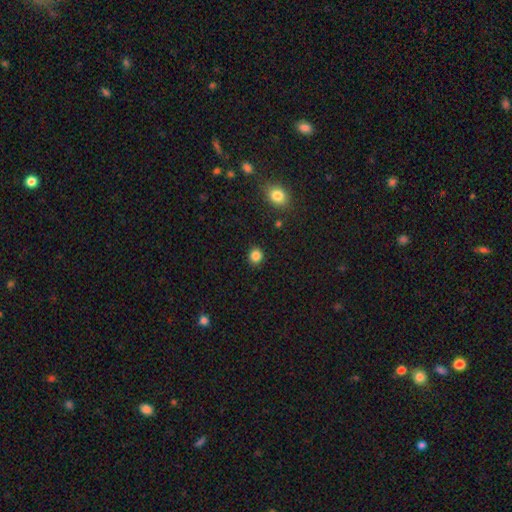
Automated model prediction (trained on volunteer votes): Smooth or featured? smooth (85%)
How rounded? round (87%)
Merging? none (90%)